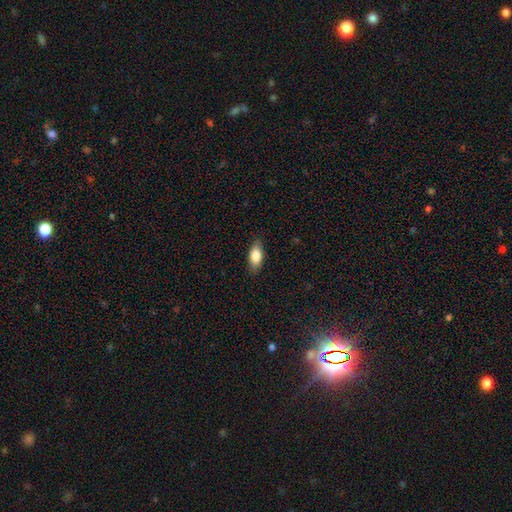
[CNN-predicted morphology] smooth_or_featured: smooth (p=0.84) [alt: featured or disk p=0.10]
how_rounded: in between (p=0.87) [alt: cigar-shaped p=0.10]
merging: none (p=0.85) [alt: minor disturbance p=0.11]